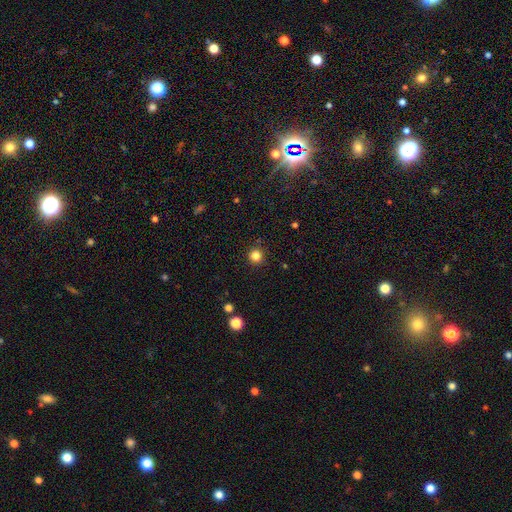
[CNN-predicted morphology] The model was most divided on "smooth or featured": smooth: 83%, star or artifact: 13%, featured or disk: 4%. More confident: how rounded — round (94%); merging — none (91%).